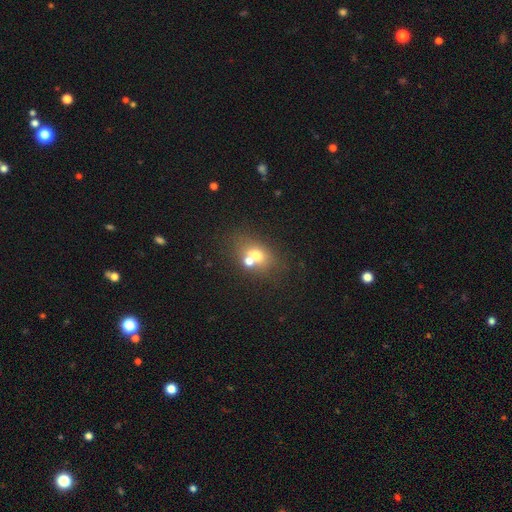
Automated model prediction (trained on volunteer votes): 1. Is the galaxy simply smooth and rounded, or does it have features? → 61% smooth, 24% featured or disk, 15% star or artifact.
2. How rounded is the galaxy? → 56% in between, 42% round, 2% cigar-shaped.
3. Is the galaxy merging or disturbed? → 44% none, 41% merger, 10% minor disturbance, 5% major disturbance.